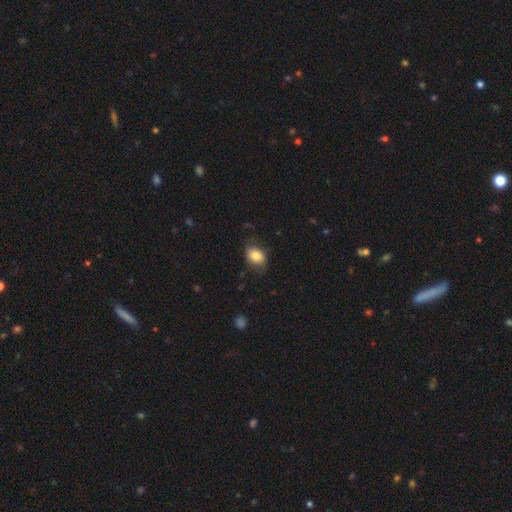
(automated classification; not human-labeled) The model was most divided on "how rounded": in between: 72%, round: 27%, cigar-shaped: 1%. More confident: smooth or featured — smooth (81%); merging — none (74%).